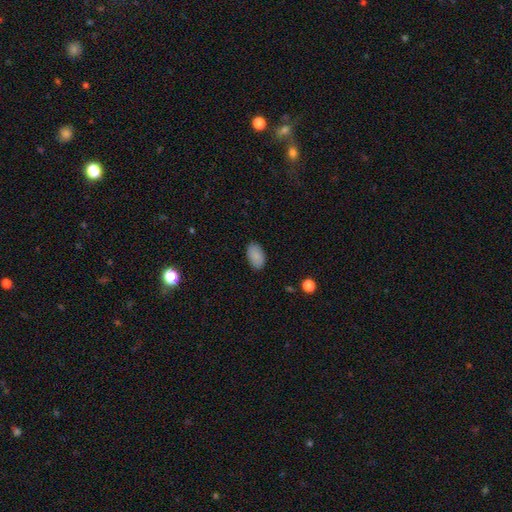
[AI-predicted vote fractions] Smooth or featured: smooth — 89% (star or artifact — 7%)
How rounded: in between — 94% (round — 5%)
Merging: none — 87% (minor disturbance — 9%)